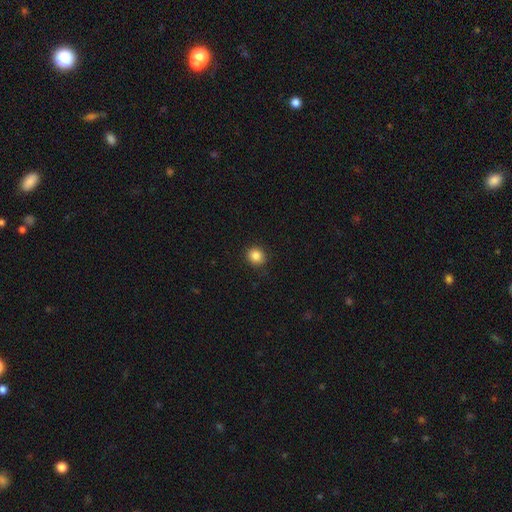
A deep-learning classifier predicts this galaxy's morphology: type=smooth (86%); roundness=round (83%); merging=none (87%).